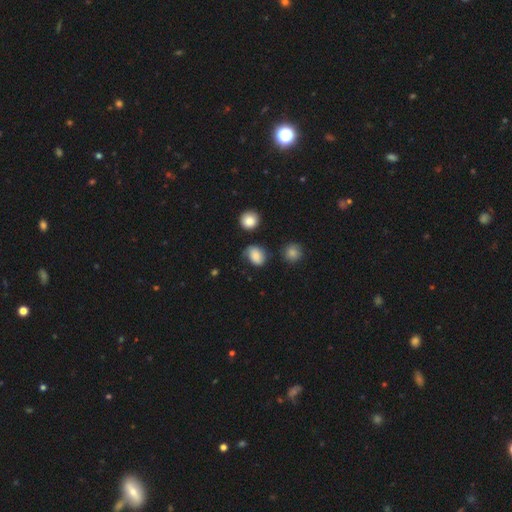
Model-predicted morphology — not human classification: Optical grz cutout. It shows a smooth galaxy with no disk features (73%) that is in between round and cigar-shaped (59%). Merging: none (59%).